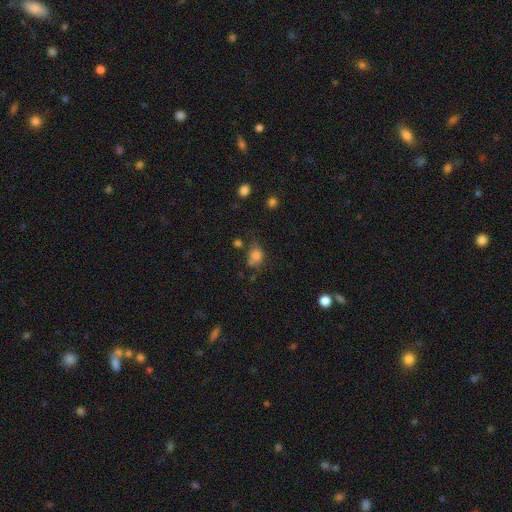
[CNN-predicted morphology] This is likely a smooth galaxy (76%). How rounded: possibly in between (50%). Merging: marginally none (43%).